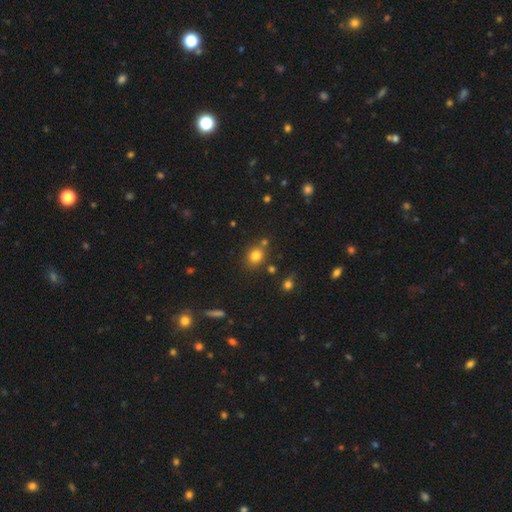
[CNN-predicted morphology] type=smooth (79%); roundness=round (66%); merging=none (74%).